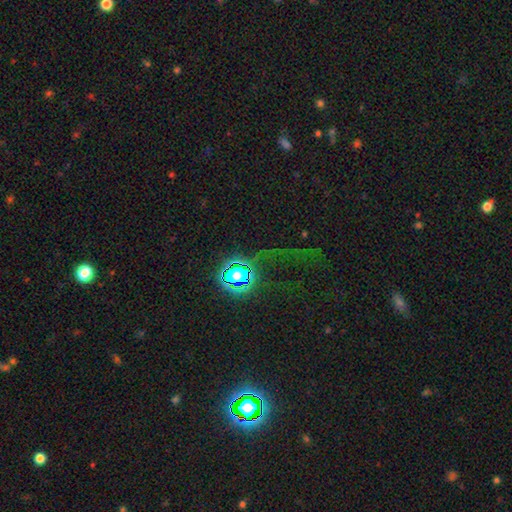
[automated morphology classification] smooth-or-featured: star or artifact: 74% | smooth: 15% | featured or disk: 11%